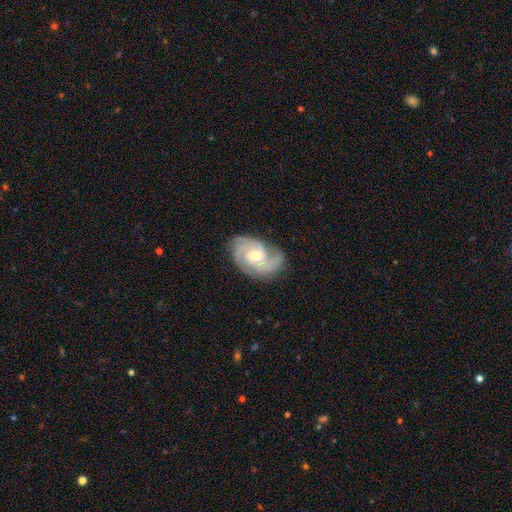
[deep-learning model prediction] A featured or disk galaxy (89%) with no bar (57%), 3 (48%) tight (53%) spiral arms (98%) and a moderate central bulge (50%). Merging: none (75%).